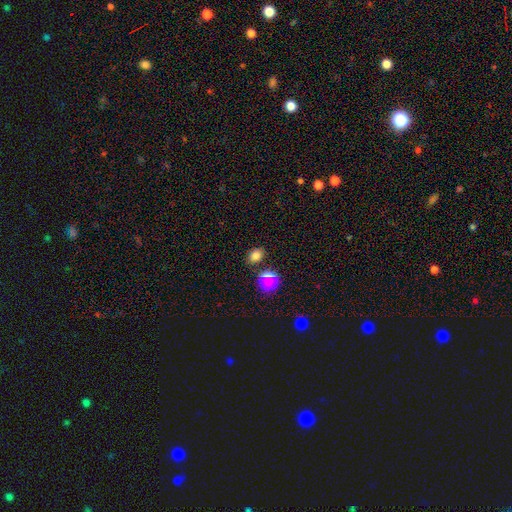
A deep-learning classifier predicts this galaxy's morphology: smooth-or-featured: smooth: 75% | star or artifact: 18% | featured or disk: 7%
  how-rounded: in between: 65% | round: 34% | cigar-shaped: 1%
  merging: none: 78% | minor disturbance: 10% | merger: 9% | major disturbance: 3%